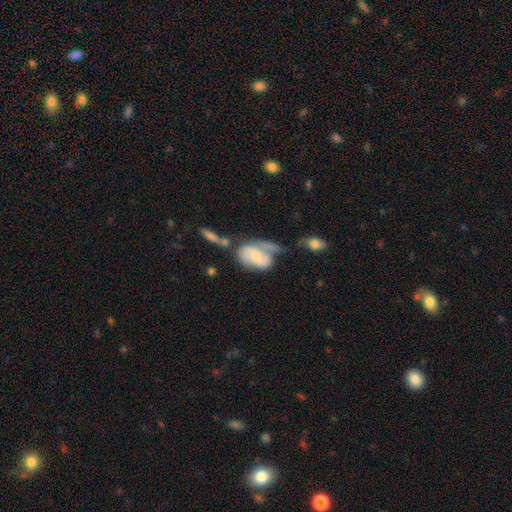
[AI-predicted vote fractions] This is possibly a featured or disk galaxy (51%). It is clearly not viewed edge-on (95%). Merging: marginally merger (31%).